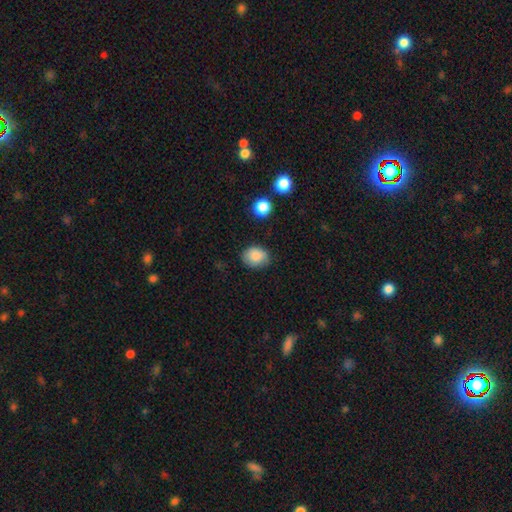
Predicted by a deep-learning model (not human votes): smooth 85%, star or artifact 9%, featured or disk 7%. Down the decision tree: how rounded — round (54%); merging — none (75%).